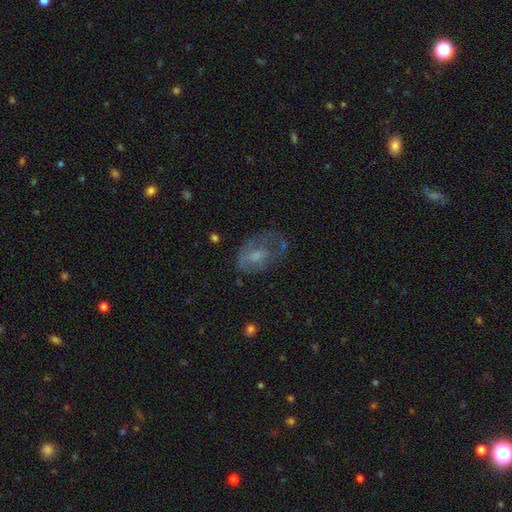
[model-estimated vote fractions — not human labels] smooth_or_featured: featured or disk (p=0.49) [alt: smooth p=0.41]
merging: none (p=0.39) [alt: major disturbance p=0.33]